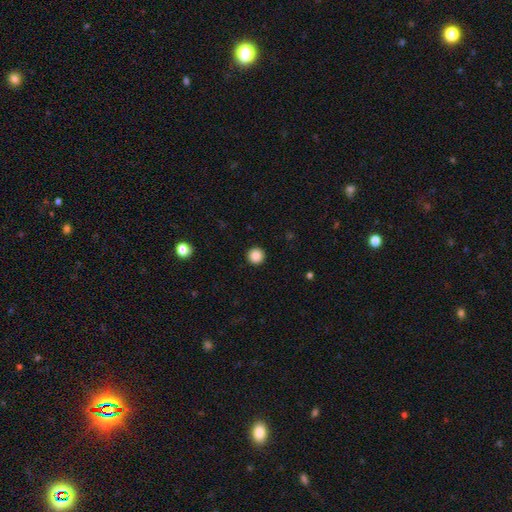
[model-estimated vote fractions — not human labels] smooth 87%, star or artifact 10%, featured or disk 3%. Down the decision tree: how rounded — round (96%); merging — none (94%).